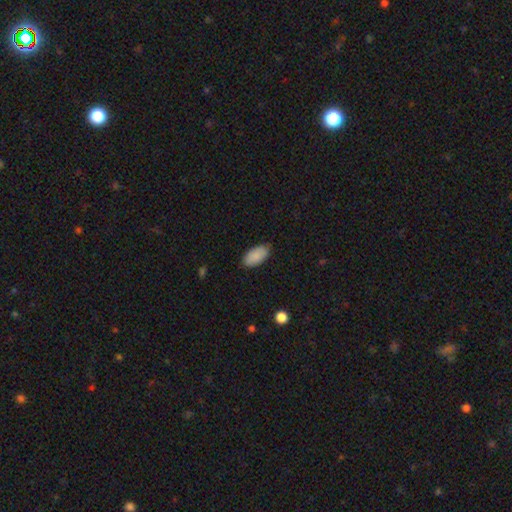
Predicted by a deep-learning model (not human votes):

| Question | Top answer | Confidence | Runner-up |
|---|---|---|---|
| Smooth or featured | smooth | 89% | star or artifact (6%) |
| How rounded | in between | 95% | cigar-shaped (3%) |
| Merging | none | 84% | minor disturbance (12%) |